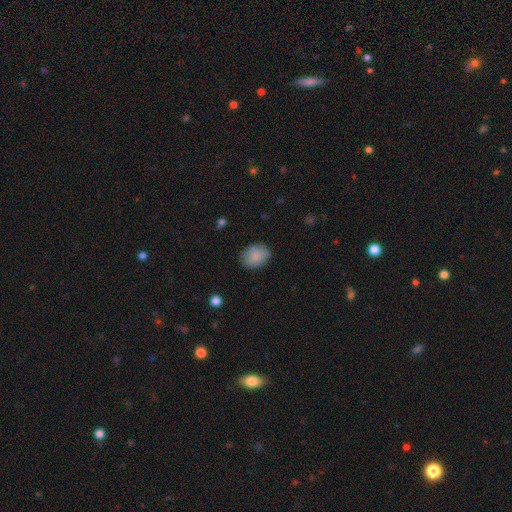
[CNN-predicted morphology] smooth-or-featured: smooth: 81% | featured or disk: 11% | star or artifact: 8%
  how-rounded: in between: 57% | round: 42% | cigar-shaped: 1%
  merging: none: 74% | minor disturbance: 20% | major disturbance: 5% | merger: 2%